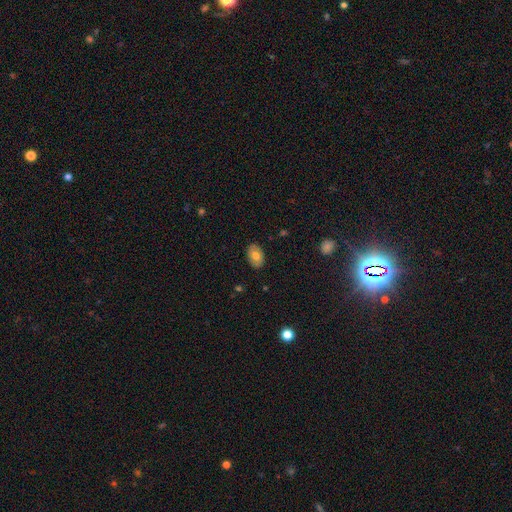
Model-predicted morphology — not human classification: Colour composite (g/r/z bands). It shows a smooth galaxy with no disk features (71%) that is in between round and cigar-shaped (86%). Merging: none (87%).